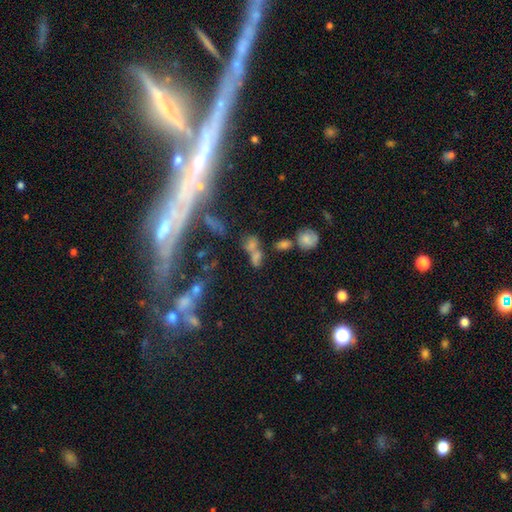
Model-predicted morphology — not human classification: Smooth or featured: smooth — 41% (star or artifact — 29%)
Merging: none — 51% (merger — 23%)